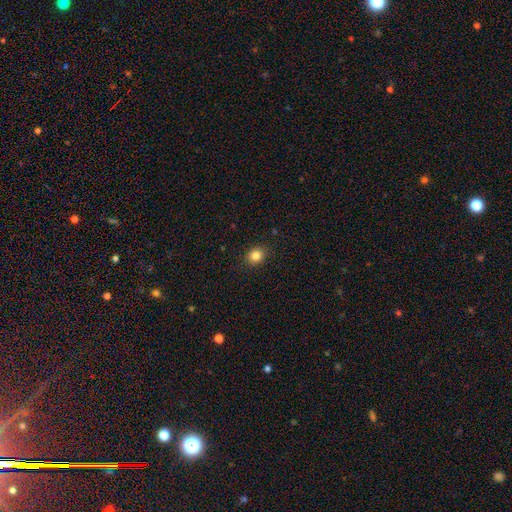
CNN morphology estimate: Q: Smooth or featured?
A: smooth (84%); runner-up: star or artifact (11%)
Q: How rounded?
A: round (68%); runner-up: in between (31%)
Q: Merging?
A: none (89%); runner-up: minor disturbance (8%)